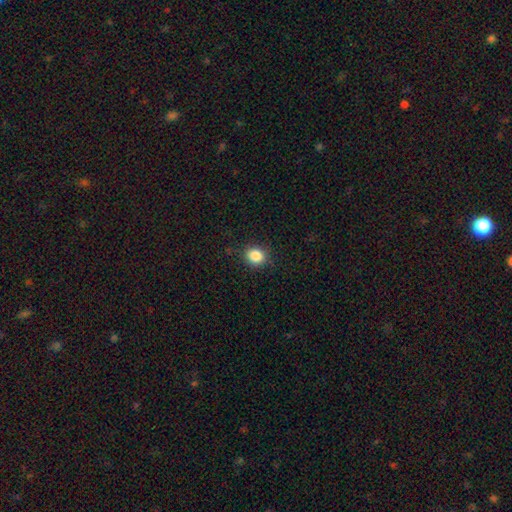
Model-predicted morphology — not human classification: A smooth galaxy with no disk features (86%) that is round (81%).

Vote fractions:
- Smooth or featured? smooth: 86% / star or artifact: 10% / featured or disk: 4%
- How rounded? round: 81% / in between: 18% / cigar-shaped: 1%
- Merging? none: 87% / minor disturbance: 10% / major disturbance: 3% / merger: 1%